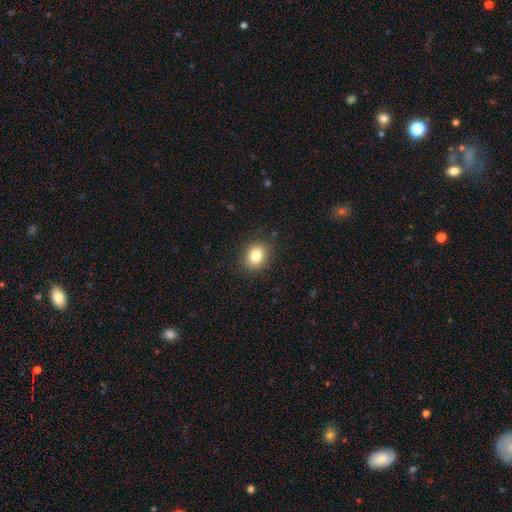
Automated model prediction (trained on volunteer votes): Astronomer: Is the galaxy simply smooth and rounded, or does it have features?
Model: smooth — 83%.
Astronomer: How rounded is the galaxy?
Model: round — 52% (runner-up: in between, 47%).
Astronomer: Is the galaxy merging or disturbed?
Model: none — 87%.